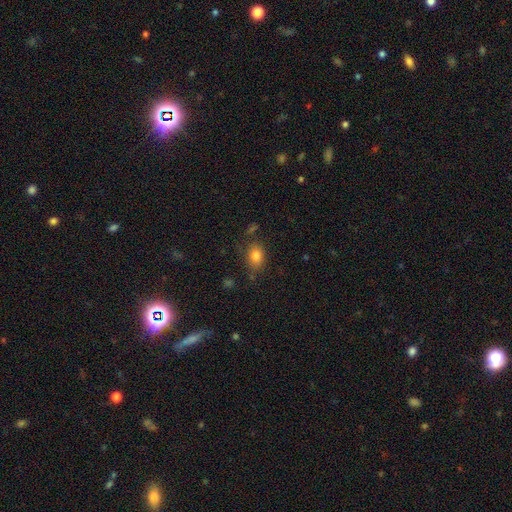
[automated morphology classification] Smooth or featured? Predicted: smooth (p=0.81). How rounded? Predicted: in between (p=0.70). Merging? Predicted: none (p=0.74).